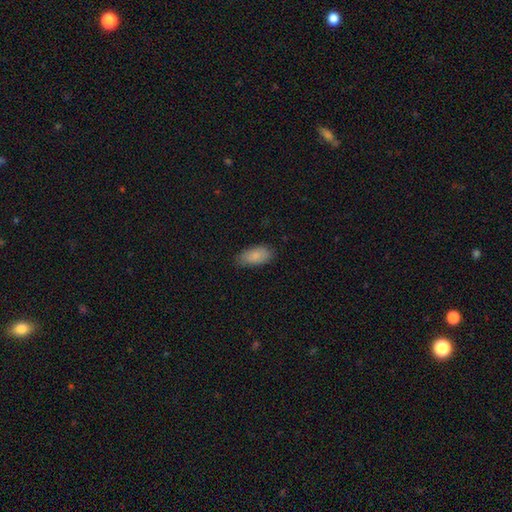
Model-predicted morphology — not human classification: smooth_or_featured: smooth (p=0.85) [alt: featured or disk p=0.09]
how_rounded: in between (p=0.92) [alt: cigar-shaped p=0.06]
merging: none (p=0.76) [alt: minor disturbance p=0.20]